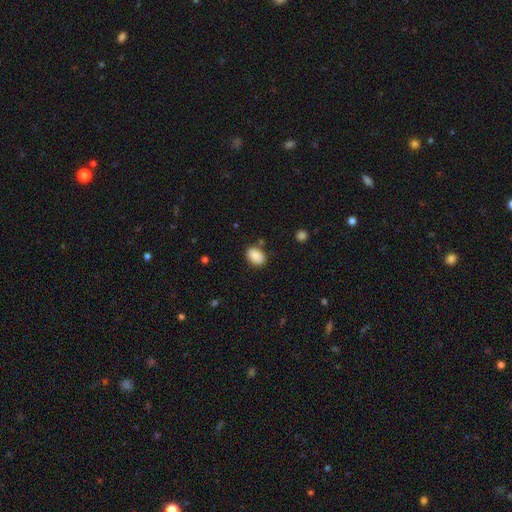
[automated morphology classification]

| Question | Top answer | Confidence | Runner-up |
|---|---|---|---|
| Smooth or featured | smooth | 88% | star or artifact (7%) |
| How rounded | in between | 86% | round (13%) |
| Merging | none | 81% | minor disturbance (13%) |